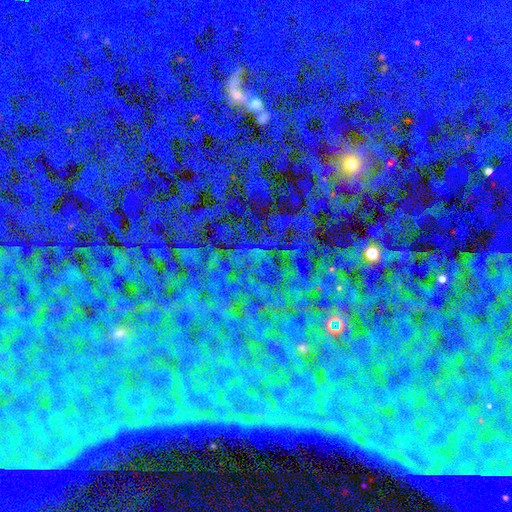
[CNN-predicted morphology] Smooth or featured?
  - star or artifact: 79% *
  - smooth: 13%
  - featured or disk: 9%